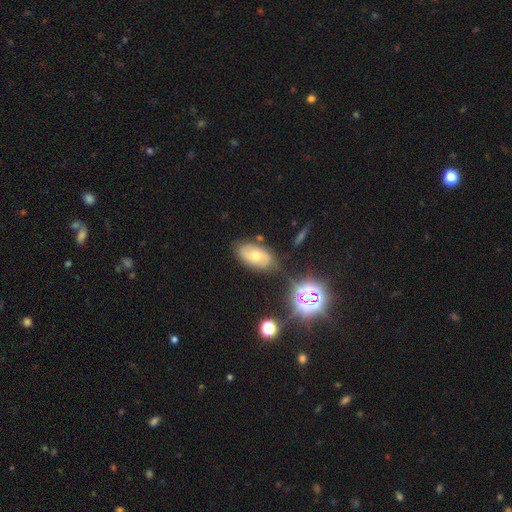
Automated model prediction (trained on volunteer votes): featured or disk 38%, smooth 36%, star or artifact 26%. Down the decision tree: merging — none (77%).